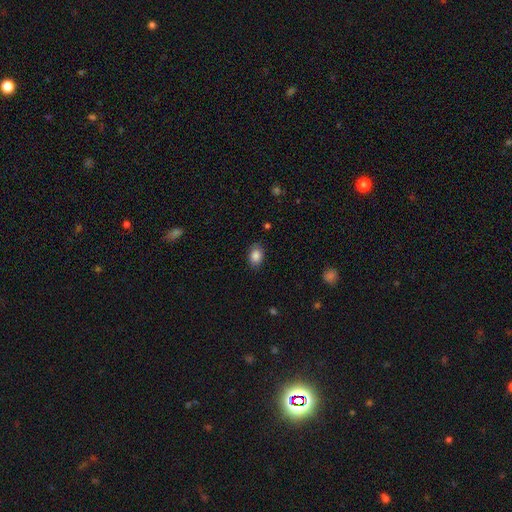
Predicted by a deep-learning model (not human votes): Overall: smooth (86%). How rounded: in between (79%). Merging: none (84%).